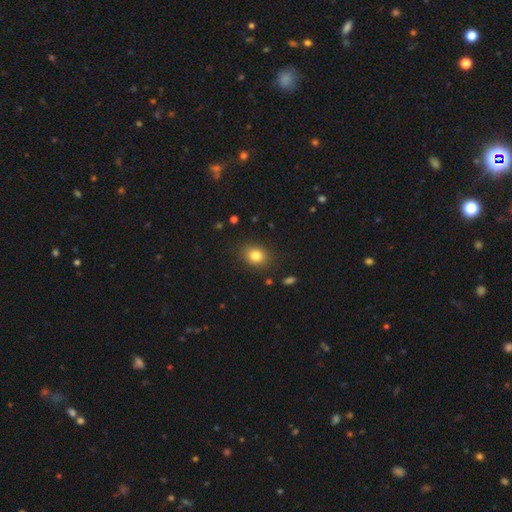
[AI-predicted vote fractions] Smooth or featured: smooth — 82% (star or artifact — 11%)
How rounded: round — 51% (in between — 48%)
Merging: none — 85% (minor disturbance — 10%)